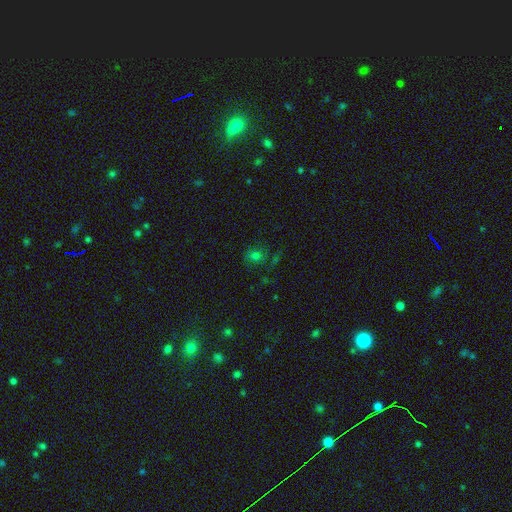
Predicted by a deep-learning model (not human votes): Overall: smooth (63%; star or artifact 25%). How rounded: round (69%; in between 30%). Merging: none (68%).